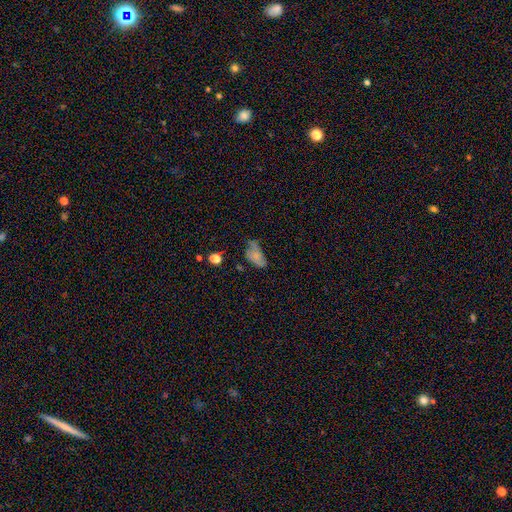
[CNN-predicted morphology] Overall: smooth (61%; featured or disk 28%). How rounded: in between (90%). Merging: minor disturbance (37%, tied with none).